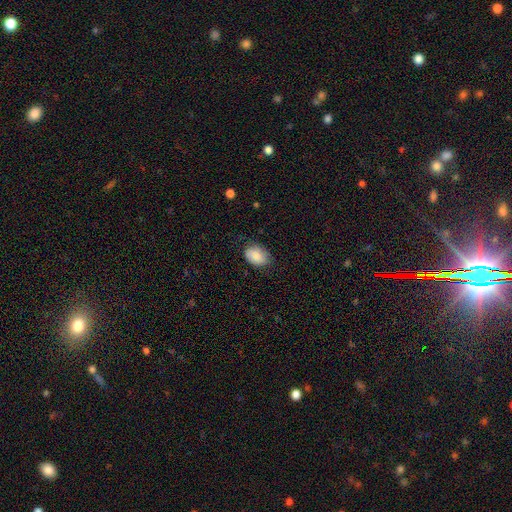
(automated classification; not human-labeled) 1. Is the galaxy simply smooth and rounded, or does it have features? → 84% smooth, 9% featured or disk, 7% star or artifact.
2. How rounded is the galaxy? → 80% in between, 19% round, 1% cigar-shaped.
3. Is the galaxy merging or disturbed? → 69% none, 24% minor disturbance, 6% major disturbance, 1% merger.